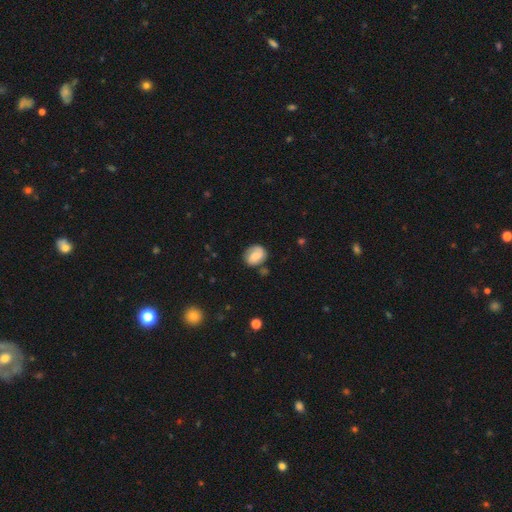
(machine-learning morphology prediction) A smooth galaxy with no disk features (59%) that is round (53%). Merging: none (65%).